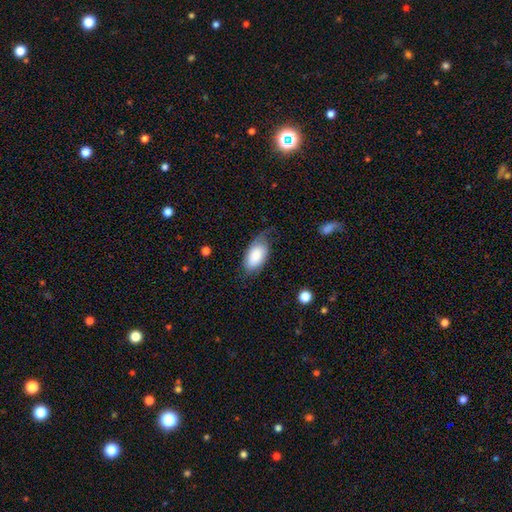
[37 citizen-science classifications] smooth 89%, featured or disk 8%, star or artifact 3%. Down the decision tree: how rounded — in between (88%); merging — none (47%, tied with minor disturbance).